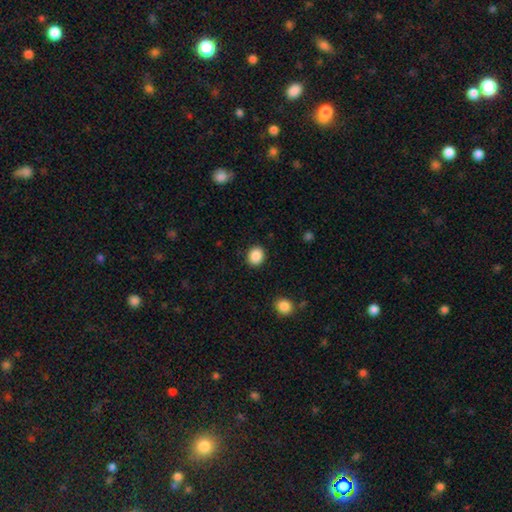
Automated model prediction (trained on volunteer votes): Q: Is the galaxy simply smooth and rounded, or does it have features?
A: smooth — 88%.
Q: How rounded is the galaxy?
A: round — 69%.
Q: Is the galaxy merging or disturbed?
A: none — 90%.